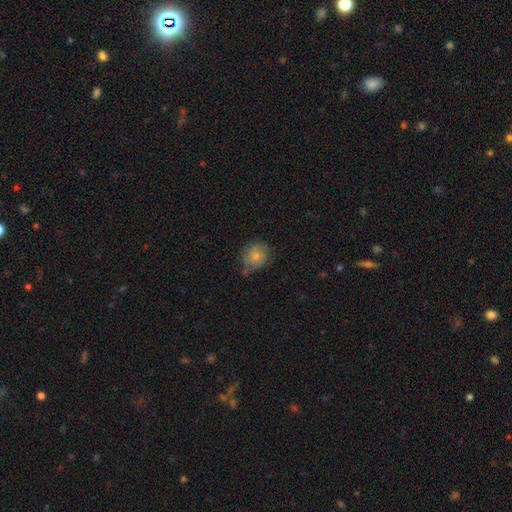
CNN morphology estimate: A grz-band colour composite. It shows a smooth galaxy with no disk features (68%) that is round (68%). Merging: none (54%).